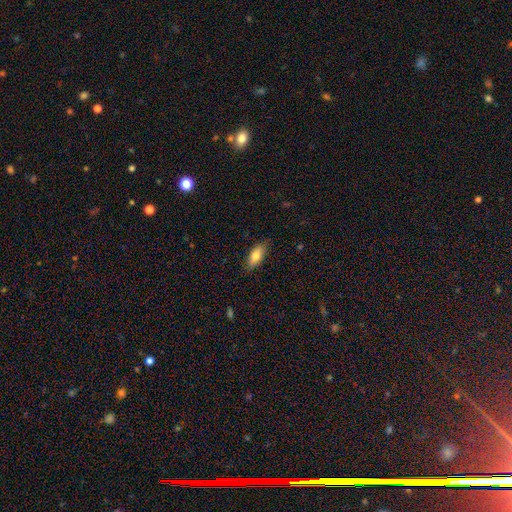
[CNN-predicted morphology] Overall: smooth (78%). How rounded: in between (82%). Merging: none (82%).